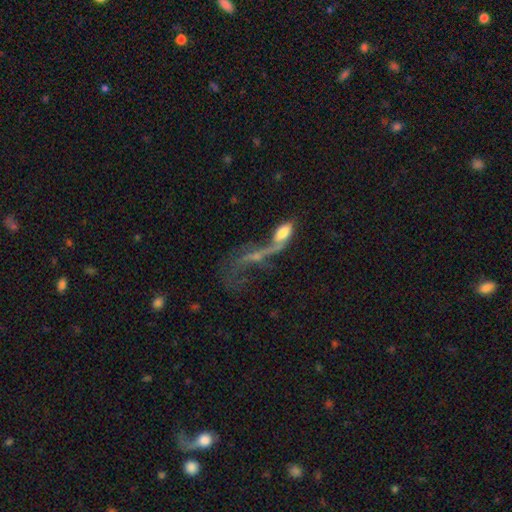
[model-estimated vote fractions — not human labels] Morphology: type=featured or disk (55%); edge-on=no (76%); merging=merger (49%).